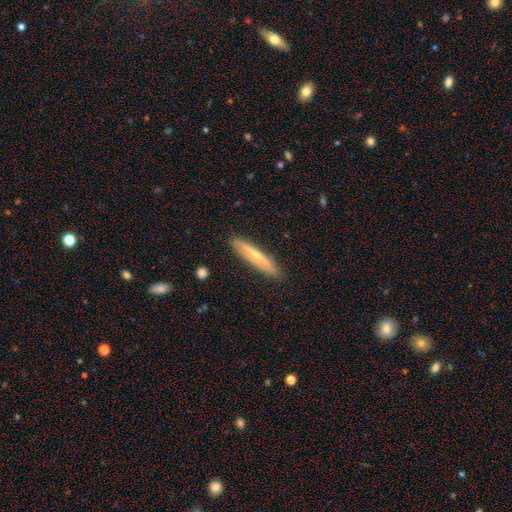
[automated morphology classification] Q: Smooth or featured?
A: smooth (47%); tied with: featured or disk (47%)
Q: Merging?
A: none (87%); runner-up: minor disturbance (10%)